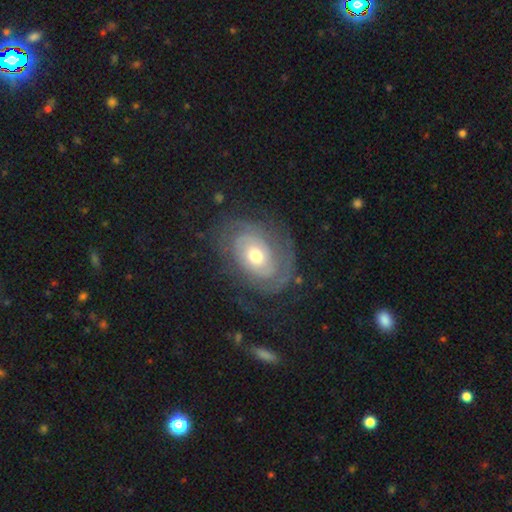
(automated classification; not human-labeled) smooth-or-featured: featured or disk: 81% | smooth: 14% | star or artifact: 5%
  disk-edge-on: no: 96% | yes: 4%
    bar: no: 78% | weak: 17% | strong: 5%
    has-spiral-arms: yes: 87% | no: 13%
      spiral-winding: tight: 71% | medium: 21% | loose: 8%
      spiral-arm-count: 2: 38% | can't tell: 35% | 3: 10% | 1: 7% | 4: 5% | more than 4: 4%
    bulge-size: moderate: 70% | small: 20% | large: 8% | dominant: 1% | none: 1%
  merging: none: 73% | minor disturbance: 16% | major disturbance: 10% | merger: 1%